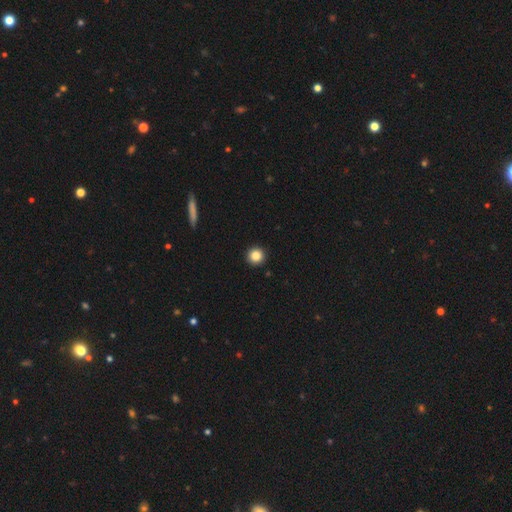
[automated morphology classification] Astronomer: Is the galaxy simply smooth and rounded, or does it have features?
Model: smooth — 86%.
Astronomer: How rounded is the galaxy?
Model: round — 94%.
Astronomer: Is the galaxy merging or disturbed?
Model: none — 93%.